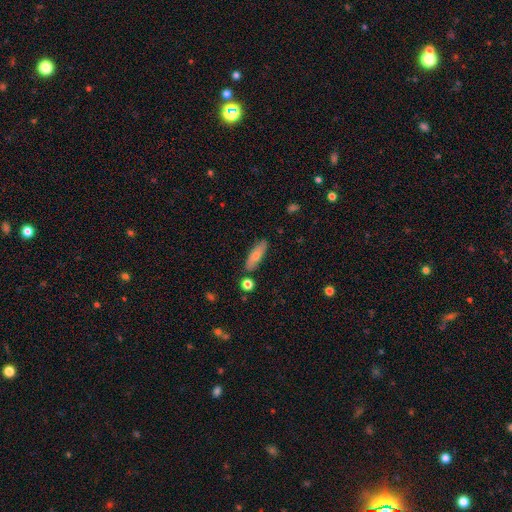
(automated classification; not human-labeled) Q: Smooth or featured?
A: smooth (67%); runner-up: featured or disk (26%)
Q: How rounded?
A: in between (52%); runner-up: cigar-shaped (45%)
Q: Merging?
A: none (80%); runner-up: minor disturbance (13%)